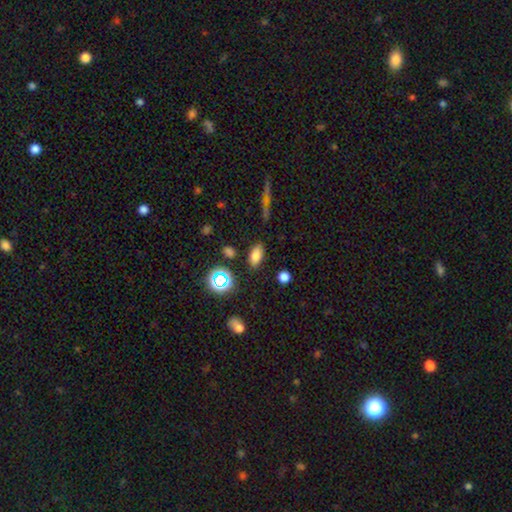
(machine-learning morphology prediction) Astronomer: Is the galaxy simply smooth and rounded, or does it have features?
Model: smooth — 77%.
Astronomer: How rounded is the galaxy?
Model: in between — 87%.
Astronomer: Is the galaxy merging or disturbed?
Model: none — 84%.